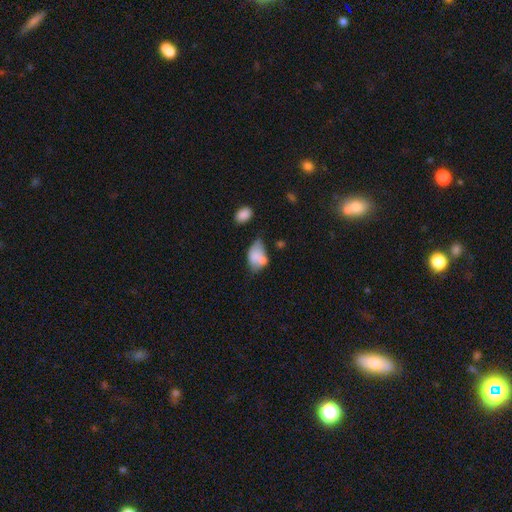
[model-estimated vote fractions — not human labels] smooth 71%, featured or disk 20%, star or artifact 9%. Down the decision tree: how rounded — in between (87%); merging — none (30%).